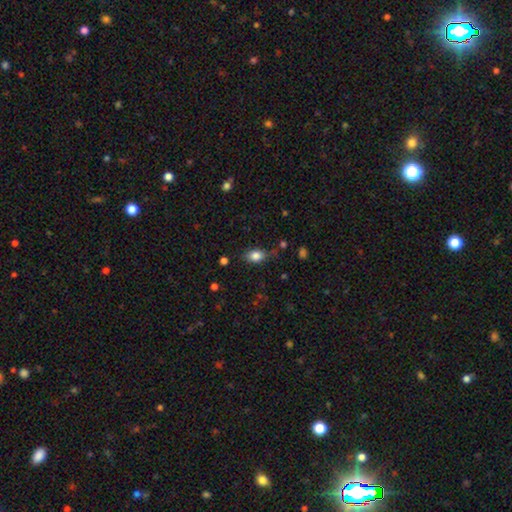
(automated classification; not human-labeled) smooth_or_featured: smooth (p=0.83) [alt: star or artifact p=0.09]
how_rounded: in between (p=0.79) [alt: round p=0.19]
merging: none (p=0.72) [alt: minor disturbance p=0.21]